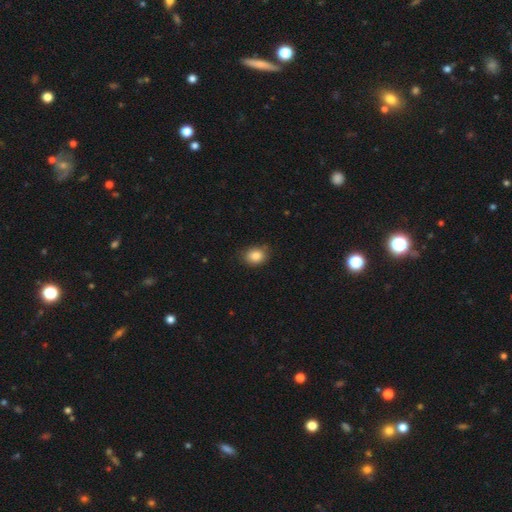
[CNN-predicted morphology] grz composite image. It shows a smooth galaxy with no disk features (85%) that is in between round and cigar-shaped (50%). Merging: none (78%).